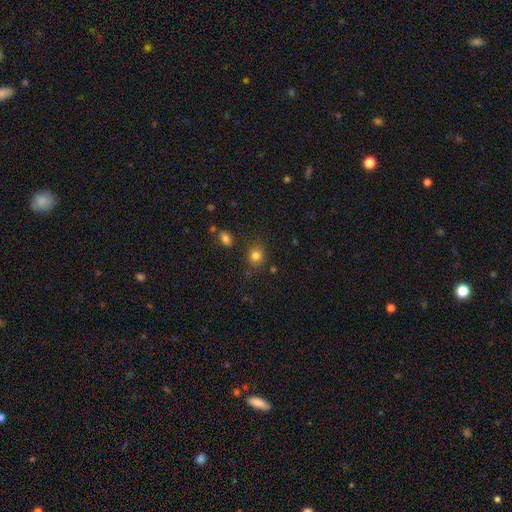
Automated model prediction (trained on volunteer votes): smooth 81%, star or artifact 13%, featured or disk 6%. Down the decision tree: how rounded — round (78%); merging — none (81%).